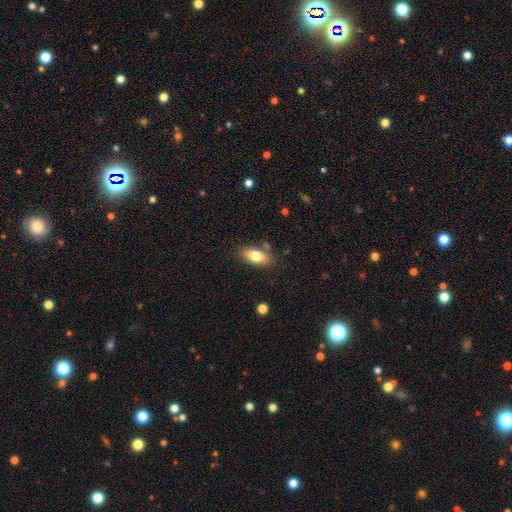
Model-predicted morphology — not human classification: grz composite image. It shows a smooth galaxy with no disk features (79%) that is in between round and cigar-shaped (89%). Merging: none (78%).